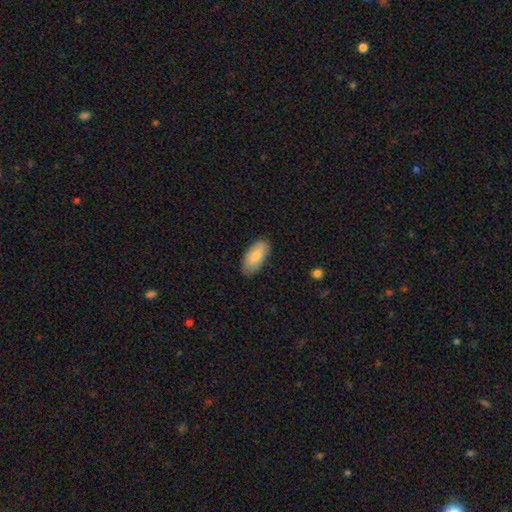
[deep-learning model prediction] Smooth or featured? Predicted: smooth (p=0.83). How rounded? Predicted: in between (p=0.92). Merging? Predicted: none (p=0.83).